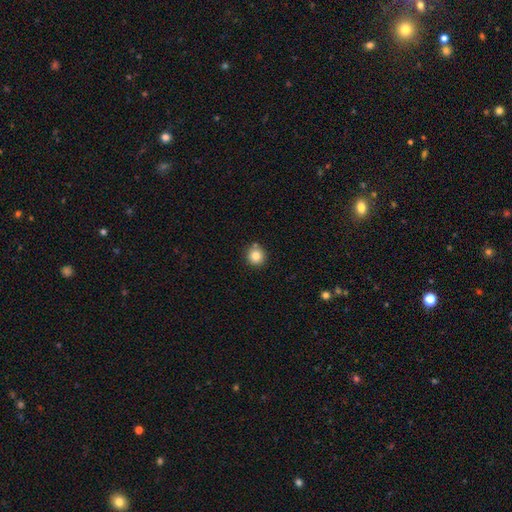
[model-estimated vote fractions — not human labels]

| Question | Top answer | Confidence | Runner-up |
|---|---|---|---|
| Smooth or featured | smooth | 83% | star or artifact (10%) |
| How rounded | round | 94% | in between (6%) |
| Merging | none | 84% | minor disturbance (9%) |